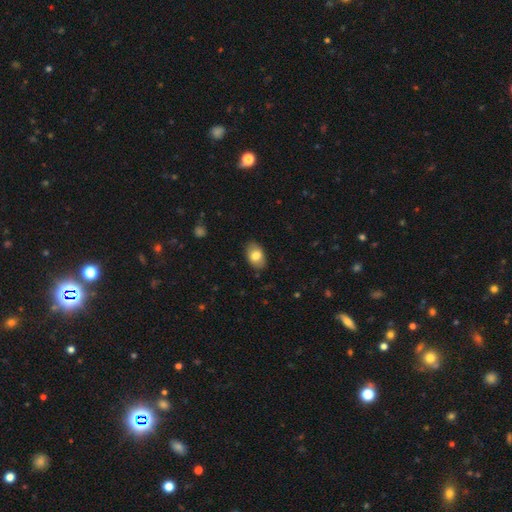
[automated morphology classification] Smooth or featured? Predicted: smooth (p=0.80). How rounded? Predicted: in between (p=0.88). Merging? Predicted: none (p=0.85).